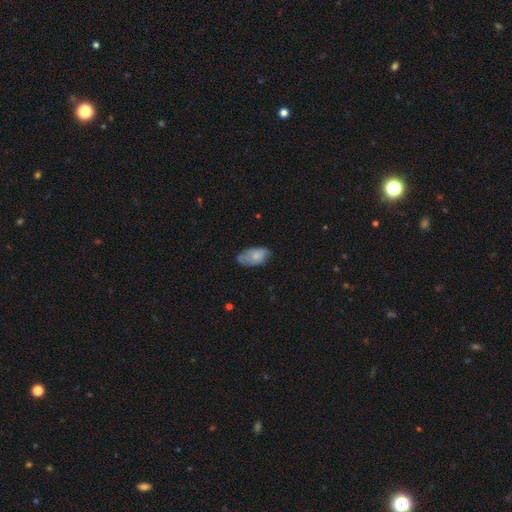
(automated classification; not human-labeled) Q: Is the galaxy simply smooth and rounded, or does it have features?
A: smooth — 68%.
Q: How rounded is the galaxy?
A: in between — 93%.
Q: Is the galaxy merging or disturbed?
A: none — 55%.